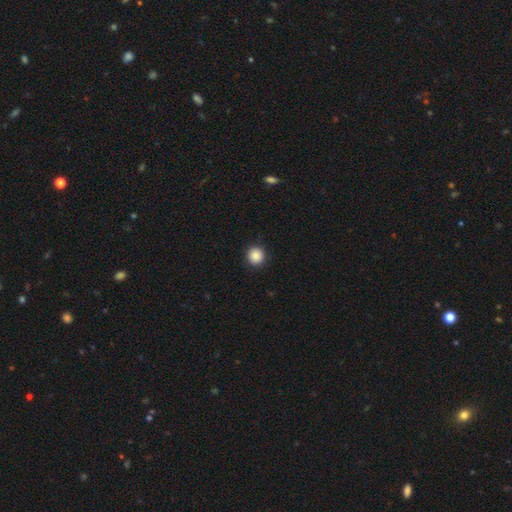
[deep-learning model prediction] smooth-or-featured: smooth: 88% | star or artifact: 9% | featured or disk: 3%
  how-rounded: round: 94% | in between: 5% | cigar-shaped: 1%
  merging: none: 92% | minor disturbance: 5% | major disturbance: 2% | merger: 1%